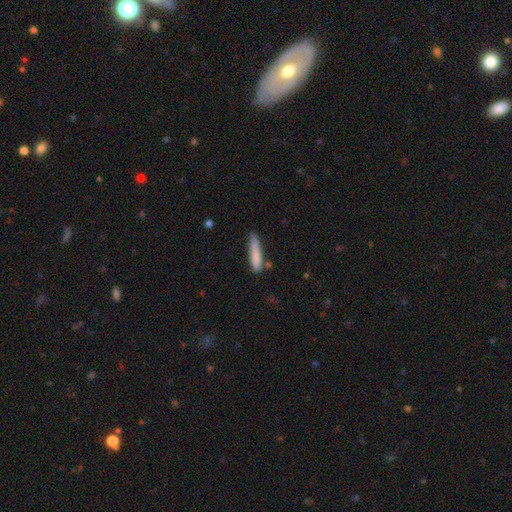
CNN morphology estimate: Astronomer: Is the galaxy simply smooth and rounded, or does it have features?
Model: smooth — 81%.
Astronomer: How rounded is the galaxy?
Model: cigar-shaped — 89%.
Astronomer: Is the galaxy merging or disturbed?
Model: none — 67%.